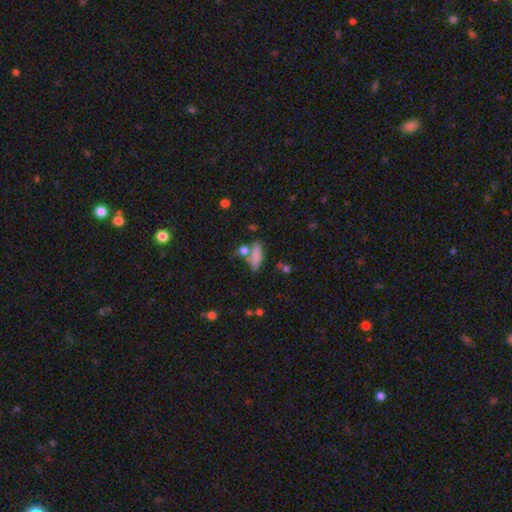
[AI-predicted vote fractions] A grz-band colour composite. It shows a smooth galaxy with no disk features (81%) that is in between round and cigar-shaped (60%). Merging: none (61%).